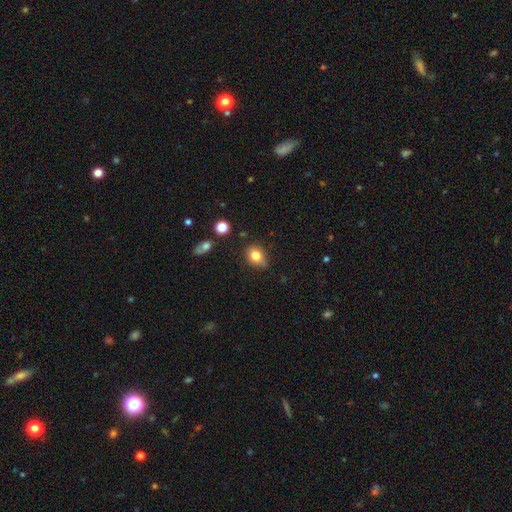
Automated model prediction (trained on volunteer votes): Morphology: type=smooth (80%); roundness=in between (63%); merging=none (70%).